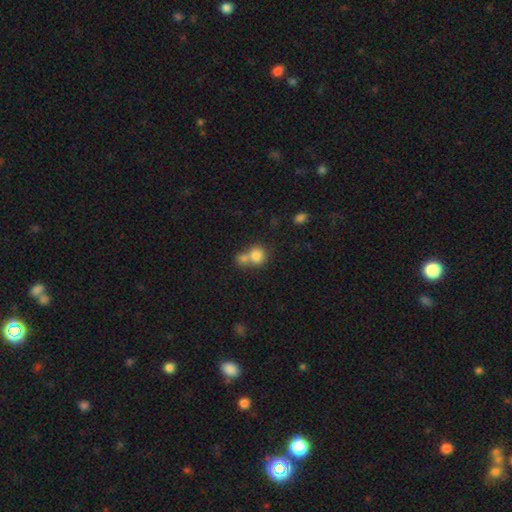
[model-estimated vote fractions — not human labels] Q: Smooth or featured?
A: smooth (80%); runner-up: star or artifact (10%)
Q: How rounded?
A: round (83%); runner-up: in between (16%)
Q: Merging?
A: merger (52%); runner-up: none (38%)